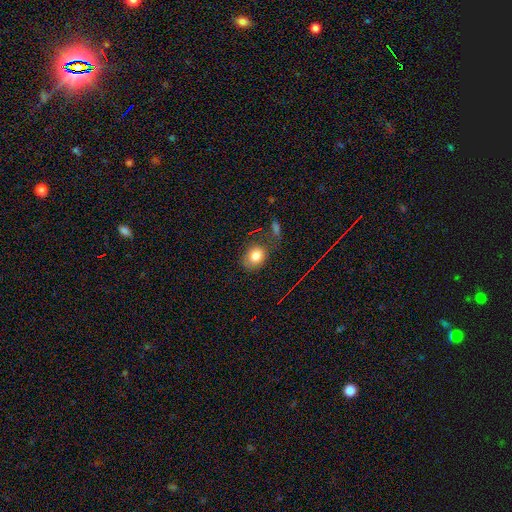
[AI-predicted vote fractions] Overall: smooth (81%). How rounded: in between (49%, tied with round). Merging: none (65%).